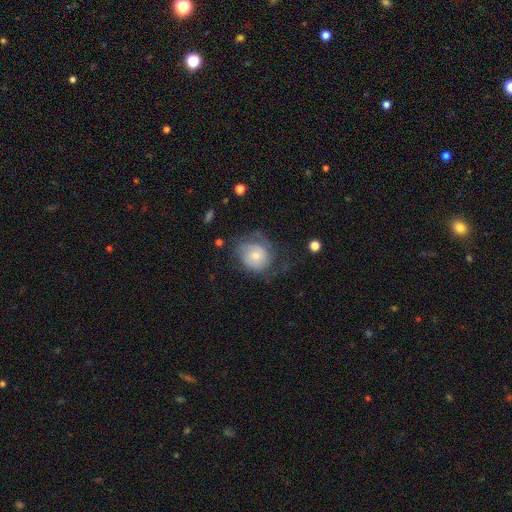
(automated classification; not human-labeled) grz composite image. It shows a smooth galaxy with no disk features (49%). Merging: none (49%).